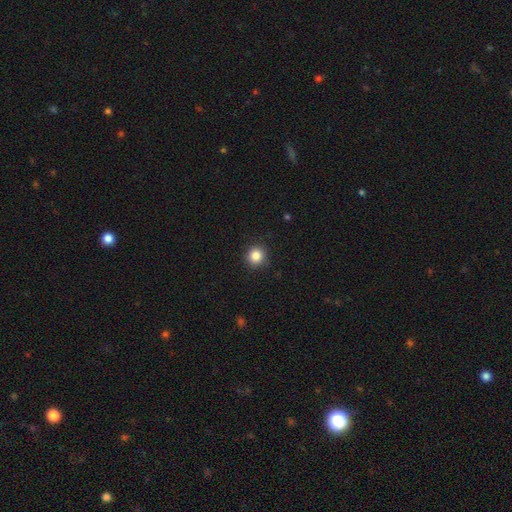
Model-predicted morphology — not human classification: smooth 85%, star or artifact 11%, featured or disk 4%. Down the decision tree: how rounded — round (93%); merging — none (91%).